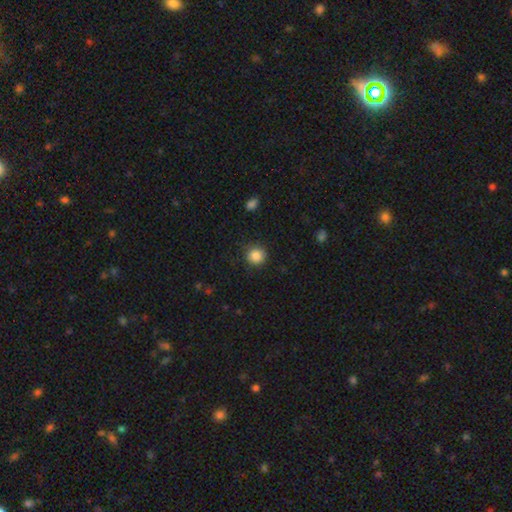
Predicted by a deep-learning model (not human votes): Smooth or featured? smooth (86%)
How rounded? round (90%)
Merging? none (86%)